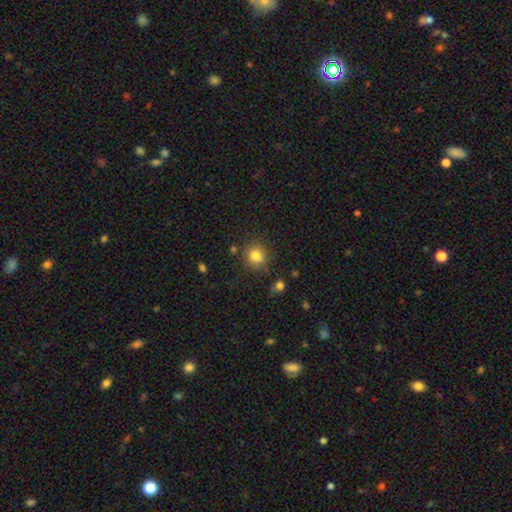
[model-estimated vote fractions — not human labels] A smooth galaxy with no disk features (82%) that is round (78%). Merging: none (77%).